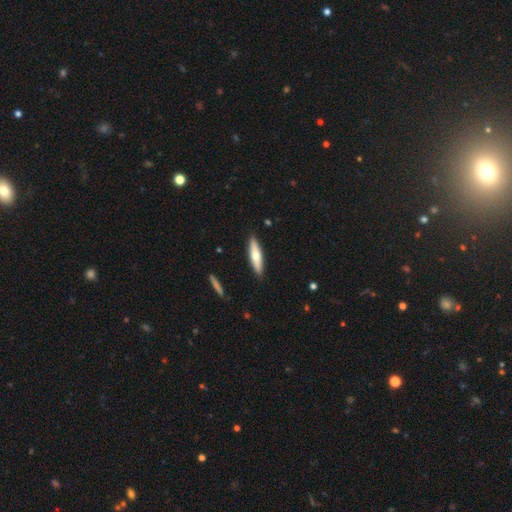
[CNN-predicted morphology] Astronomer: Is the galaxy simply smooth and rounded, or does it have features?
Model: smooth — 57% (runner-up: featured or disk, 38%).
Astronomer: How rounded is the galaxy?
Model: cigar-shaped — 71%.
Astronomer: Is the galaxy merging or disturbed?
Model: none — 90%.